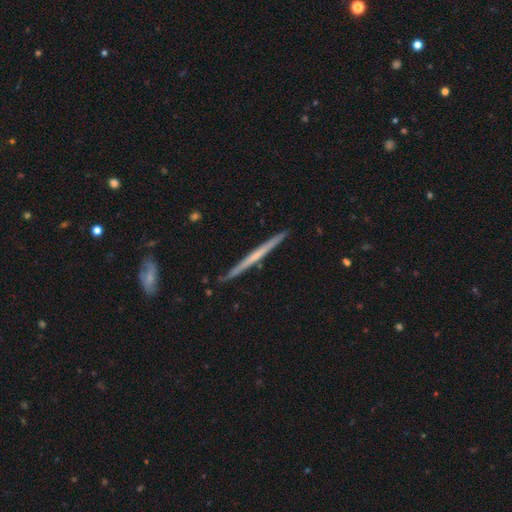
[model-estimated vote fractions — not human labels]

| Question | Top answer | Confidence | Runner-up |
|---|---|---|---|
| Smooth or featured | featured or disk | 62% | smooth (33%) |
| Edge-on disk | yes | 98% | no (2%) |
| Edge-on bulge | none | 82% | rounded (13%) |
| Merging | none | 90% | minor disturbance (7%) |